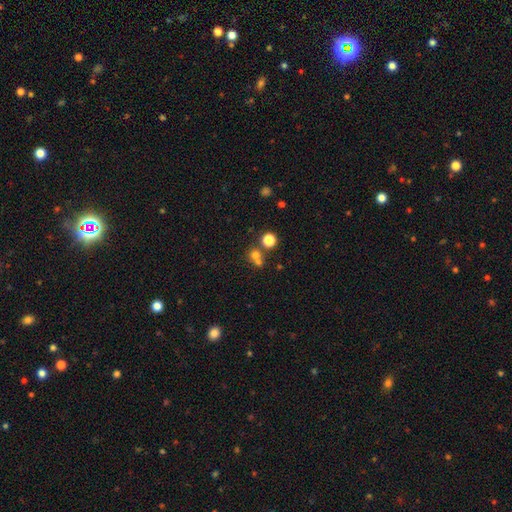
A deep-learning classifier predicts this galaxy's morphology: A smooth galaxy with no disk features (67%) that is round (83%).

Vote fractions:
- Smooth or featured? smooth: 67% / star or artifact: 21% / featured or disk: 12%
- How rounded? round: 83% / in between: 16% / cigar-shaped: 1%
- Merging? none: 47% / merger: 42% / minor disturbance: 7% / major disturbance: 4%